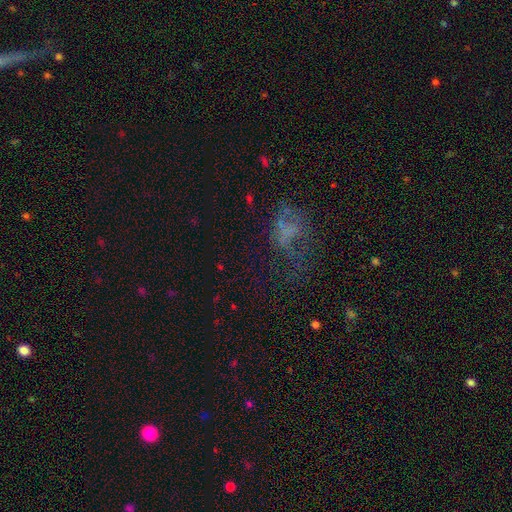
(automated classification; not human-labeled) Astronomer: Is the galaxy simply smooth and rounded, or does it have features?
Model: star or artifact — 48% (runner-up: smooth, 29%).